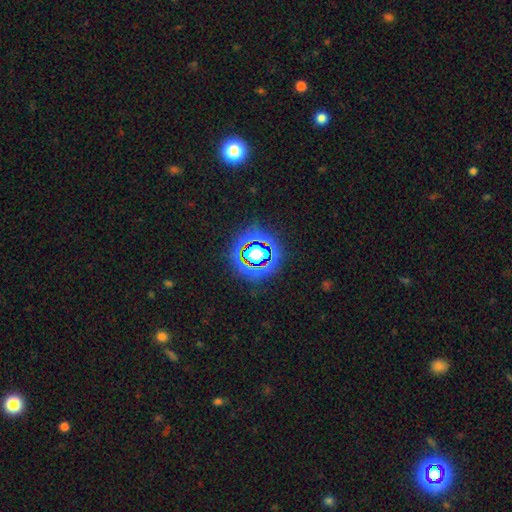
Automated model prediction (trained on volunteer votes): Overall: star or artifact (67%).